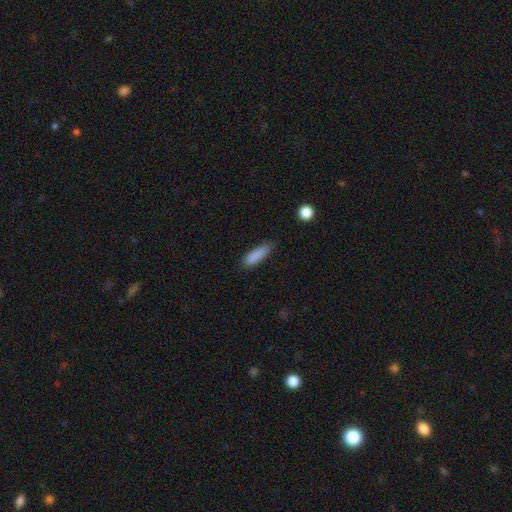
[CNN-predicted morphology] smooth-or-featured: smooth: 86% | star or artifact: 7% | featured or disk: 6%
  how-rounded: cigar-shaped: 67% | in between: 31% | round: 2%
  merging: none: 78% | minor disturbance: 17% | major disturbance: 3% | merger: 2%